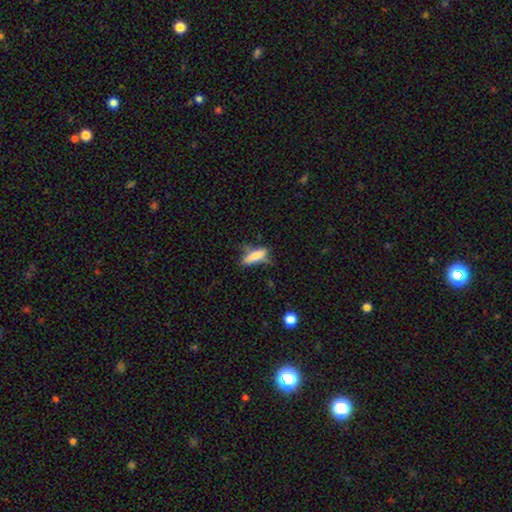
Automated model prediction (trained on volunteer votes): smooth-or-featured: smooth: 74% | featured or disk: 18% | star or artifact: 9%
  how-rounded: cigar-shaped: 60% | in between: 38% | round: 2%
  merging: none: 48% | minor disturbance: 31% | major disturbance: 15% | merger: 6%